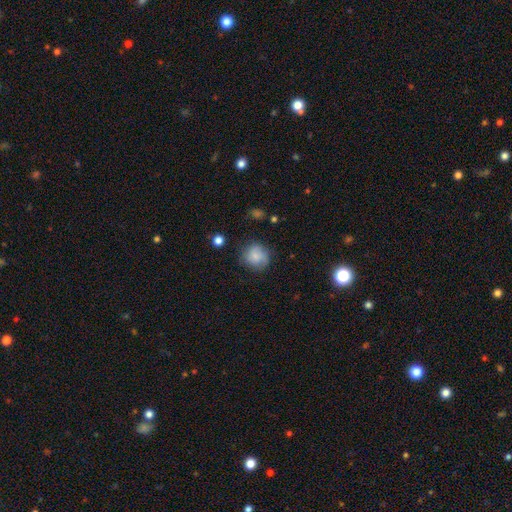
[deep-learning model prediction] This is likely a smooth galaxy (76%). How rounded: clearly round (85%). Merging: likely none (71%).